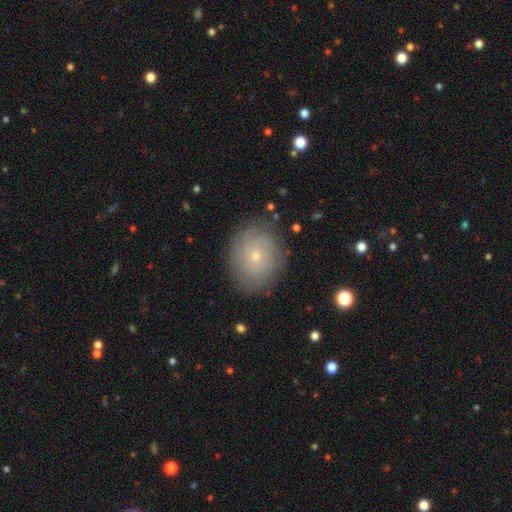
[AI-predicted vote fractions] Smooth or featured: featured or disk — 47% (smooth — 44%)
Merging: none — 81% (minor disturbance — 14%)